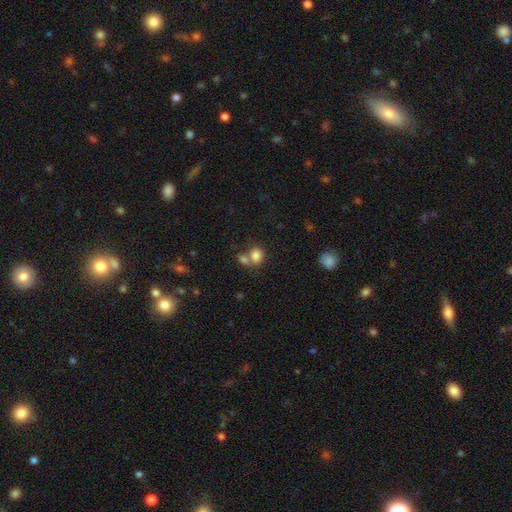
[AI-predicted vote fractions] smooth_or_featured: smooth (p=0.82) [alt: star or artifact p=0.10]
how_rounded: round (p=0.63) [alt: in between p=0.36]
merging: none (p=0.47) [alt: merger p=0.39]